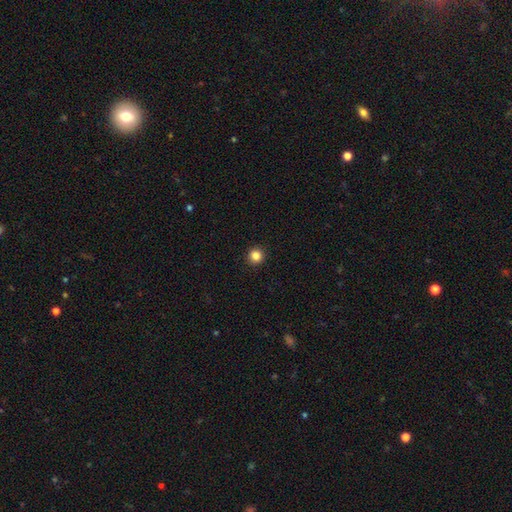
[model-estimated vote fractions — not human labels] Smooth or featured? smooth (85%)
How rounded? round (95%)
Merging? none (93%)